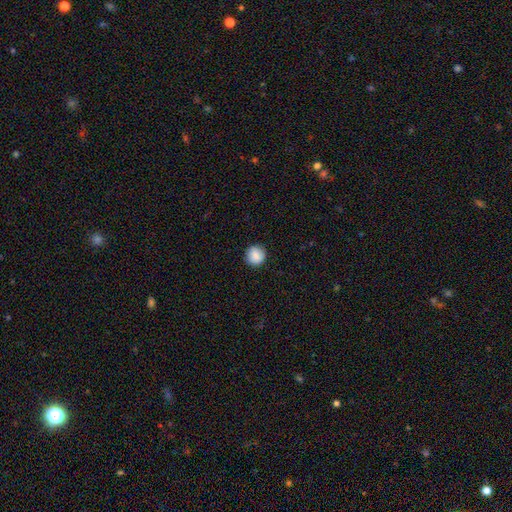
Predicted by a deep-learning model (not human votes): A smooth galaxy with no disk features (86%) that is round (94%). Merging: none (89%).